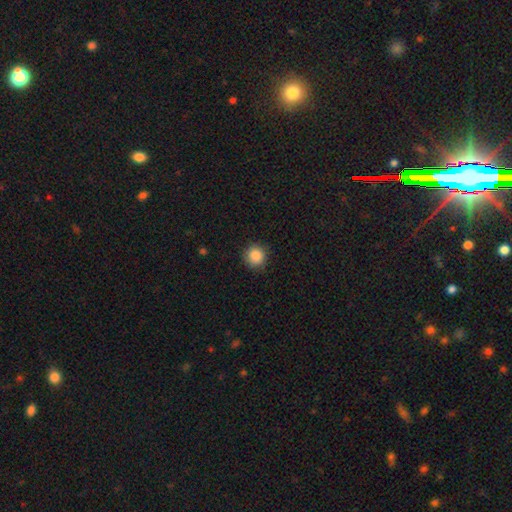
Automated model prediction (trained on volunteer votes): Smooth or featured? smooth (88%)
How rounded? round (94%)
Merging? none (89%)